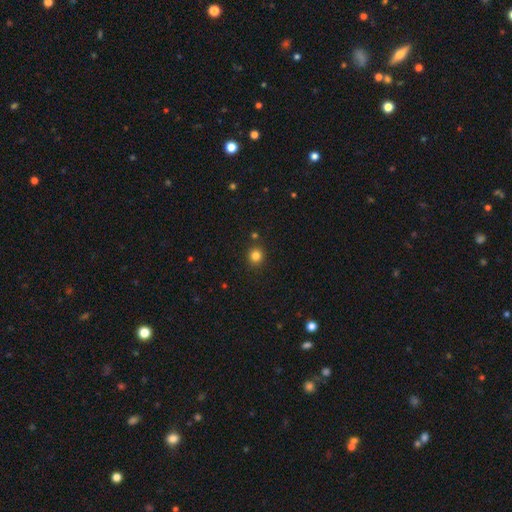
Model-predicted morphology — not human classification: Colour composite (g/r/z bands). It shows a smooth galaxy with no disk features (82%) that is round (88%). Merging: none (88%).